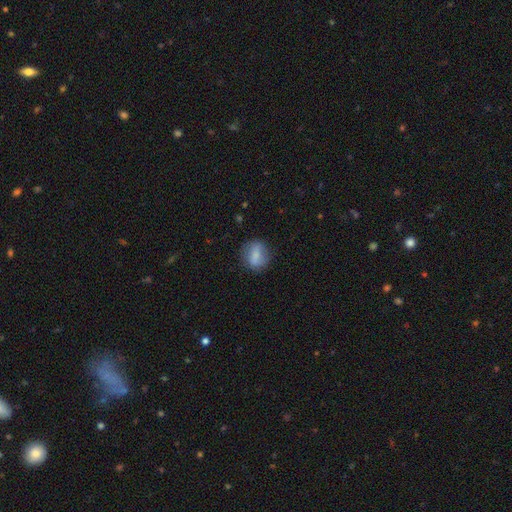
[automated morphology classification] smooth_or_featured: smooth (p=0.74) [alt: featured or disk p=0.19]
how_rounded: round (p=0.58) [alt: in between p=0.39]
merging: none (p=0.79) [alt: minor disturbance p=0.15]